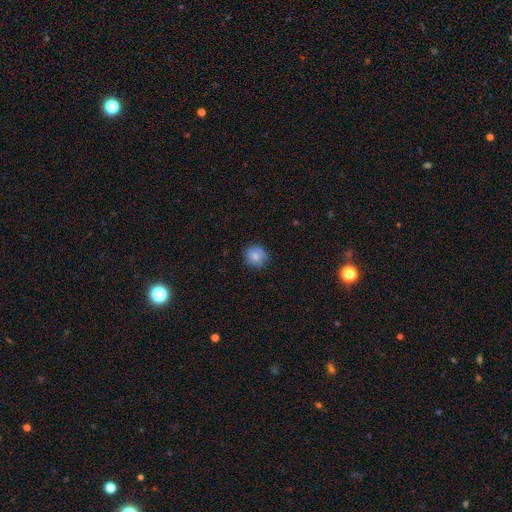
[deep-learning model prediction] This appears to be a smooth galaxy with no disk features (78%) that is round (79%). Merging: none (76%).